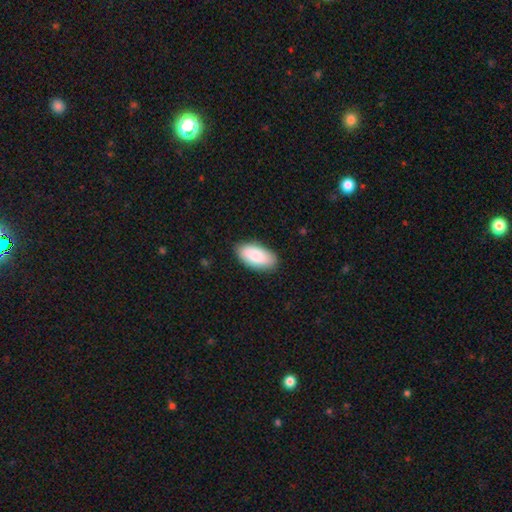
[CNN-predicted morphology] A smooth galaxy with no disk features (85%) that is in between round and cigar-shaped (94%).

Vote fractions:
- Smooth or featured? smooth: 85% / featured or disk: 9% / star or artifact: 5%
- How rounded? in between: 94% / cigar-shaped: 4% / round: 2%
- Merging? none: 86% / minor disturbance: 11% / major disturbance: 2% / merger: 1%